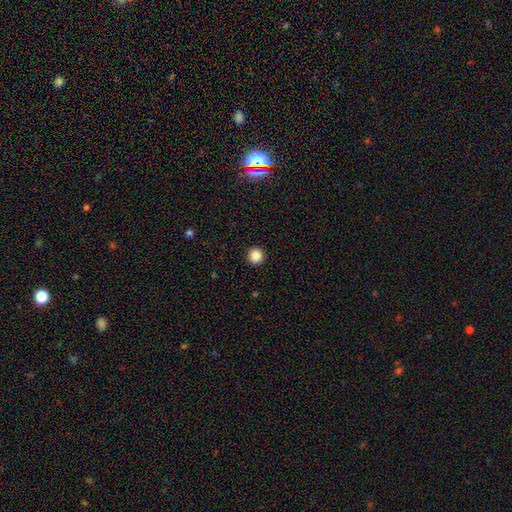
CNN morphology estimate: Smooth or featured? Predicted: smooth (p=0.88). How rounded? Predicted: round (p=0.95). Merging? Predicted: none (p=0.93).